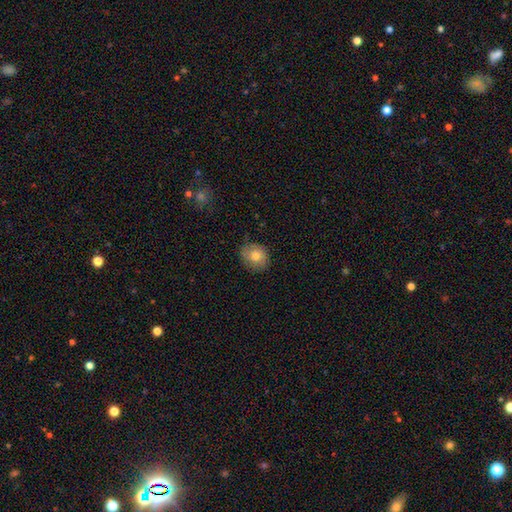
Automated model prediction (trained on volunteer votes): This appears to be a smooth galaxy with no disk features (73%) that is round (69%). Merging: none (77%).